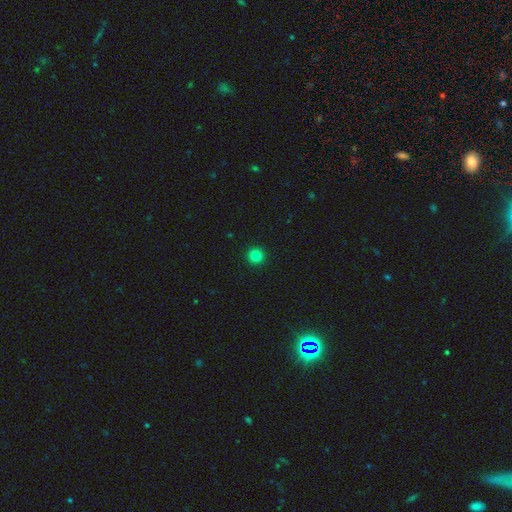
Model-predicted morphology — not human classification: A smooth galaxy with no disk features (83%) that is round (96%).

Vote fractions:
- Smooth or featured? smooth: 83% / star or artifact: 13% / featured or disk: 4%
- How rounded? round: 96% / in between: 3% / cigar-shaped: 1%
- Merging? none: 94% / minor disturbance: 4% / major disturbance: 1% / merger: 1%